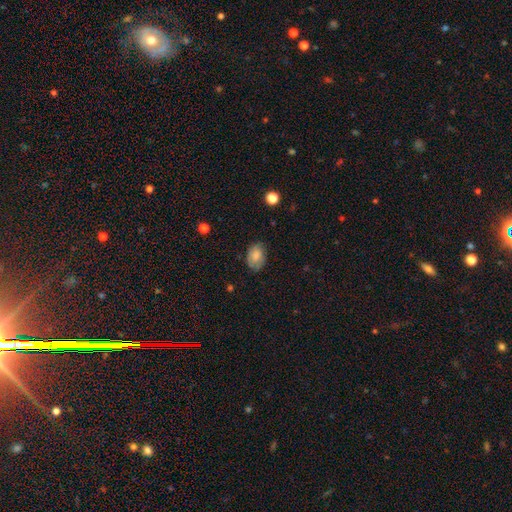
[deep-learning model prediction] Overall: smooth (75%). How rounded: in between (81%). Merging: none (74%).